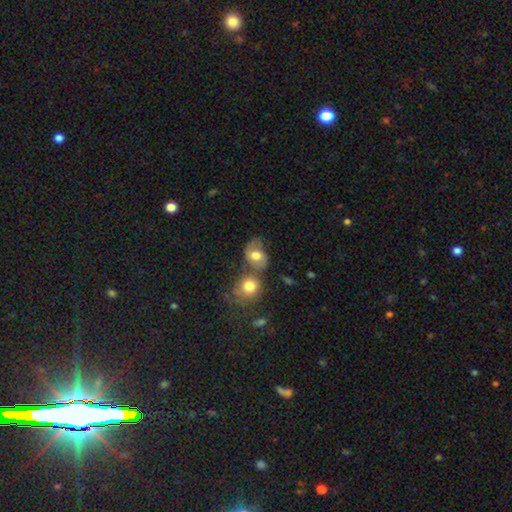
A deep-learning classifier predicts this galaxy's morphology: This is likely a smooth galaxy (66%). How rounded: possibly in between (59%). Merging: marginally none (38%).